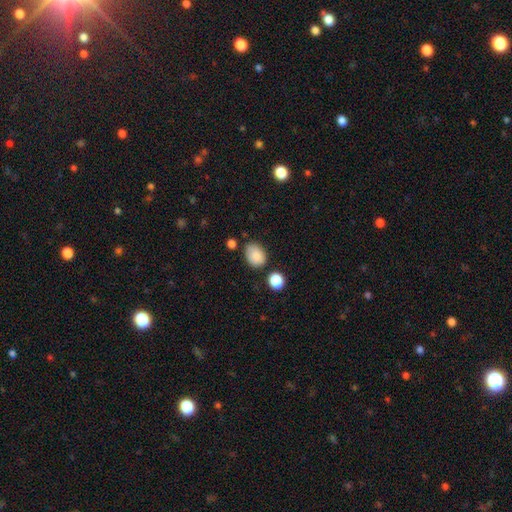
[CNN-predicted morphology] Overall: smooth (86%). How rounded: in between (71%). Merging: none (70%).